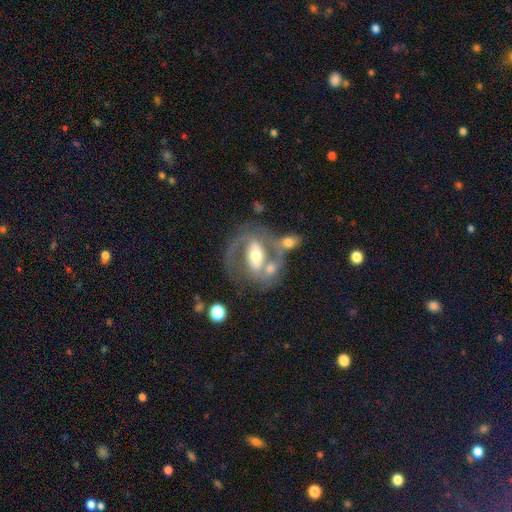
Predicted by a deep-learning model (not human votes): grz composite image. It shows a featured or disk galaxy (79%) with a strong bar (46%), 2 (79%) medium (50%) spiral arms (80%) and a moderate central bulge (67%). Merging: none (43%).